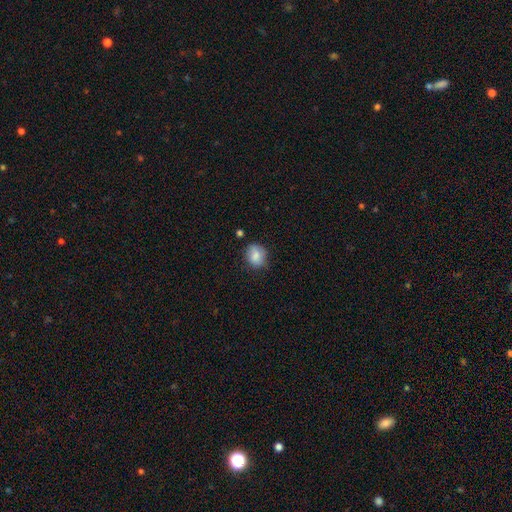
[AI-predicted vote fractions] Smooth or featured? Predicted: smooth (p=0.81). How rounded? Predicted: round (p=0.65). Merging? Predicted: none (p=0.71).